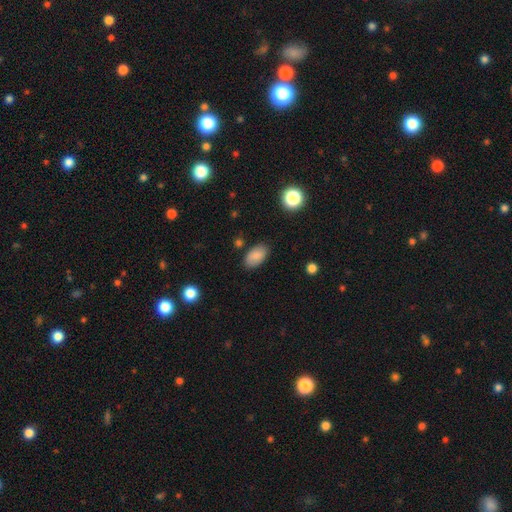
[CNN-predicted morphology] A smooth galaxy with no disk features (85%) that is in between round and cigar-shaped (93%). Merging: none (85%).